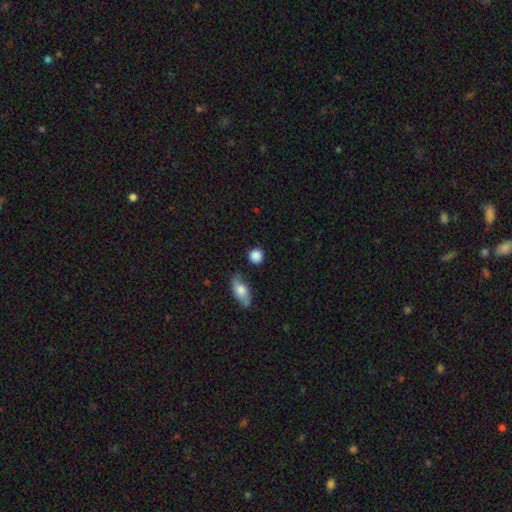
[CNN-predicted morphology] A smooth galaxy with no disk features (86%) that is round (86%). Merging: none (79%).